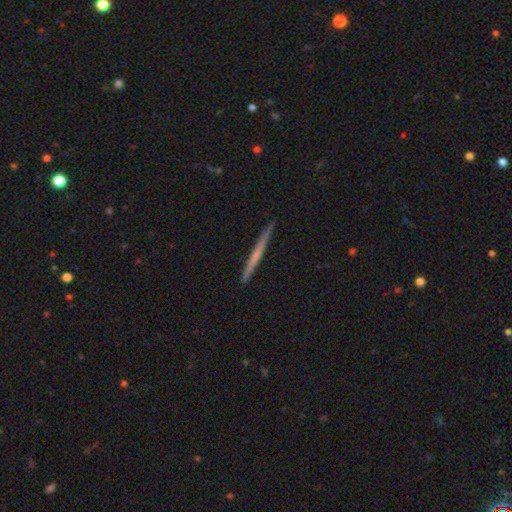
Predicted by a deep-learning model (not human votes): smooth_or_featured: featured or disk (p=0.49) [alt: smooth p=0.45]
merging: none (p=0.92) [alt: minor disturbance p=0.06]